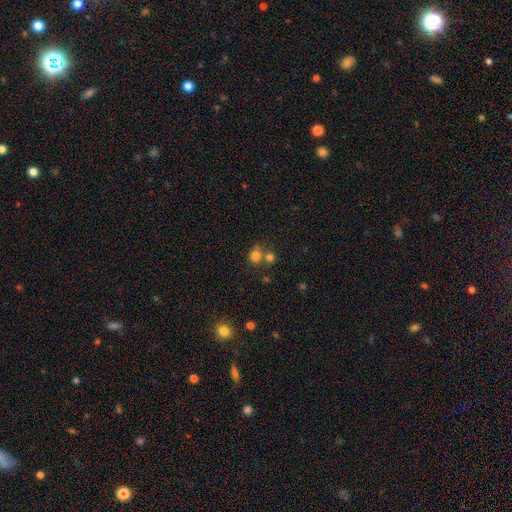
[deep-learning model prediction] smooth-or-featured: smooth: 76% | star or artifact: 15% | featured or disk: 8%
  how-rounded: round: 77% | in between: 22% | cigar-shaped: 1%
  merging: none: 50% | merger: 36% | minor disturbance: 10% | major disturbance: 5%